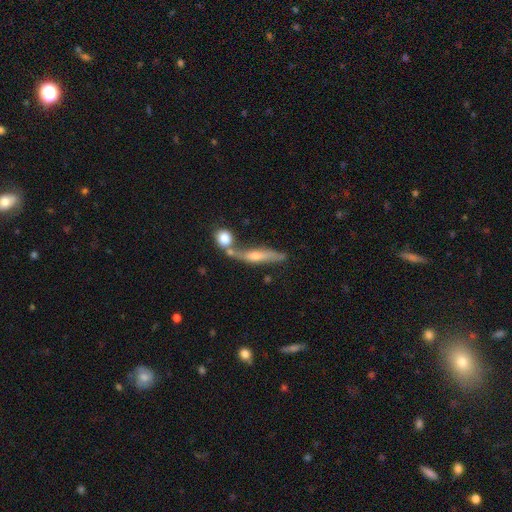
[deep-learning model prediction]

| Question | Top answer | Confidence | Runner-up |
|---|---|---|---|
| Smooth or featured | featured or disk | 65% | smooth (24%) |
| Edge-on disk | yes | 82% | no (18%) |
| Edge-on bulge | rounded | 89% | none (6%) |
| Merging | none | 52% | merger (30%) |